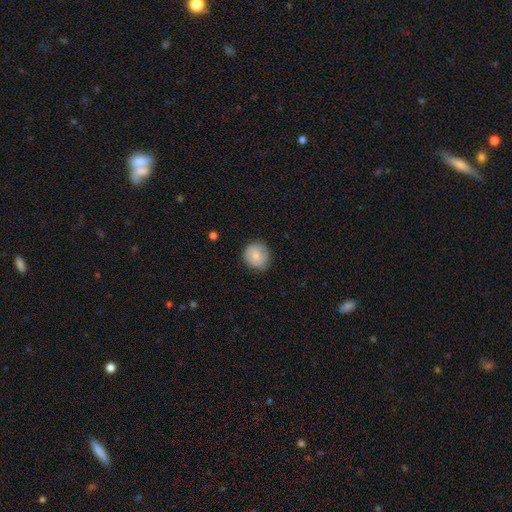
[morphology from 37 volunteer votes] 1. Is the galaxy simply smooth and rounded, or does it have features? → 81% smooth, 16% featured or disk, 3% star or artifact.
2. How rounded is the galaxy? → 90% round, 10% in between, 0% cigar-shaped.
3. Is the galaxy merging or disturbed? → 78% none, 19% minor disturbance, 3% major disturbance, 0% merger.